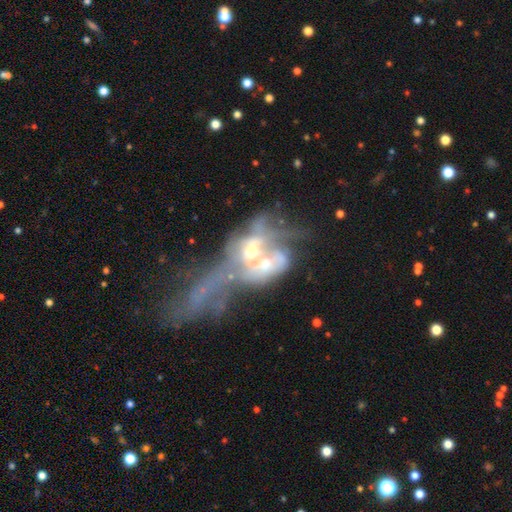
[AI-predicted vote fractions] A featured or disk galaxy (66%) with no bar (75%), no spiral arms (66%) and a moderate central bulge (51%).

Vote fractions:
- Smooth or featured? featured or disk: 66% / smooth: 21% / star or artifact: 12%
- Edge-on disk? no: 90% / yes: 10%
- Bar? no: 75% / weak: 17% / strong: 8%
- Spiral arms? no: 66% / yes: 34%
- Bulge size? moderate: 51% / small: 21% / large: 15% / none: 10% / dominant: 3%
- Merging? merger: 69% / major disturbance: 21% / none: 6% / minor disturbance: 4%